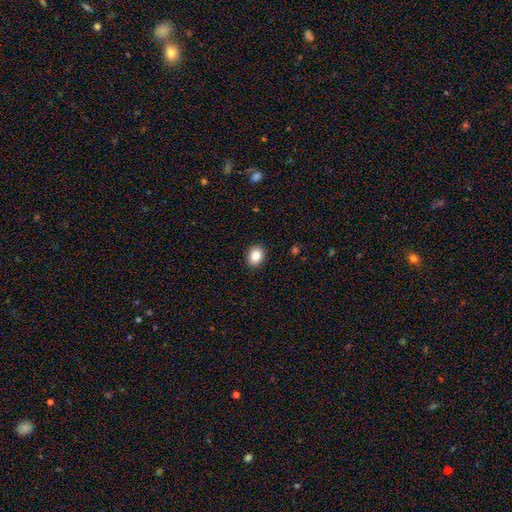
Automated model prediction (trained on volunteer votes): The model was most divided on "how rounded": in between: 53%, round: 46%, cigar-shaped: 1%. More confident: merging — none (91%); smooth or featured — smooth (87%).